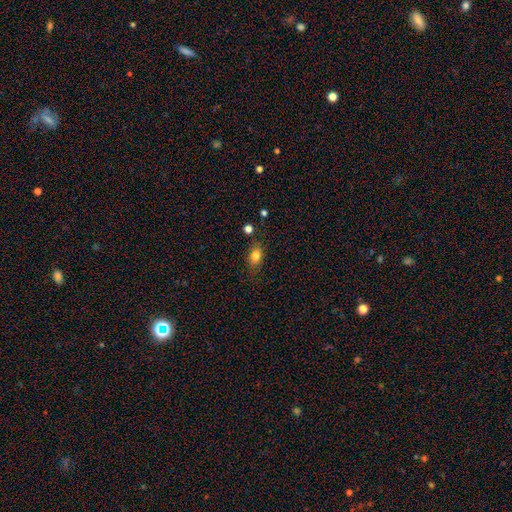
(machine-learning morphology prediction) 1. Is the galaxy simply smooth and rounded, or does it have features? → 81% smooth, 10% star or artifact, 9% featured or disk.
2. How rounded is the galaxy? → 76% in between, 21% round, 3% cigar-shaped.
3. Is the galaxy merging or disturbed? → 73% none, 18% minor disturbance, 5% major disturbance, 4% merger.